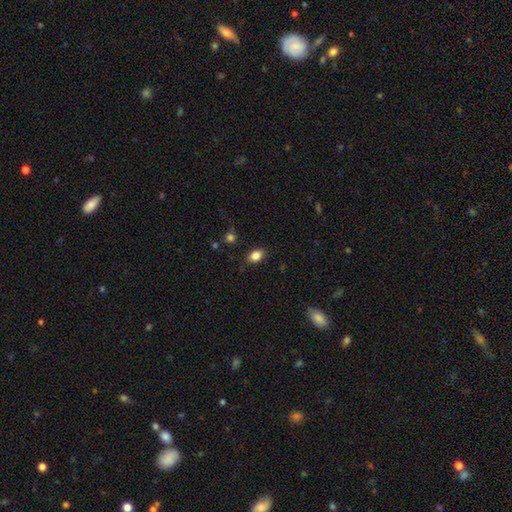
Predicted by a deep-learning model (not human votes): This appears to be a smooth galaxy with no disk features (84%) that is in between round and cigar-shaped (76%). Merging: none (84%).